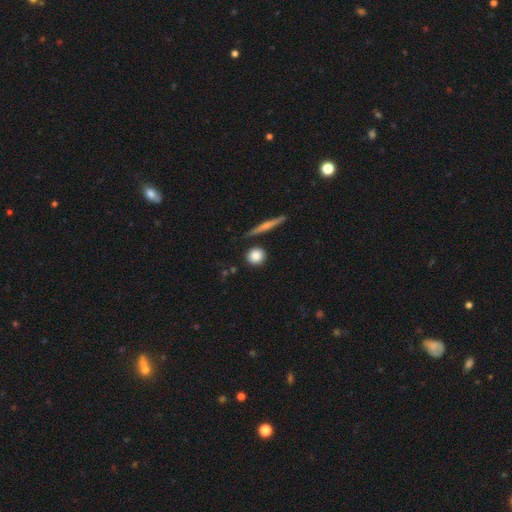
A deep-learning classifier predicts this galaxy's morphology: Overall: smooth (83%). How rounded: round (88%). Merging: none (83%).